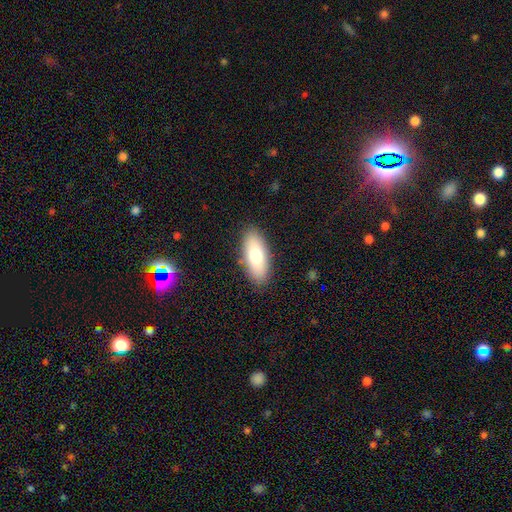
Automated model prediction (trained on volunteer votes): smooth_or_featured: smooth (p=0.75) [alt: featured or disk p=0.18]
how_rounded: in between (p=0.83) [alt: cigar-shaped p=0.15]
merging: none (p=0.87) [alt: minor disturbance p=0.09]